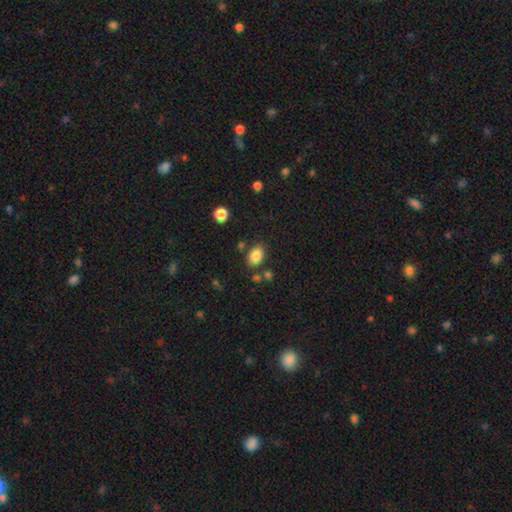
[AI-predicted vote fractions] Smooth or featured? smooth (85%)
How rounded? in between (81%)
Merging? none (76%)